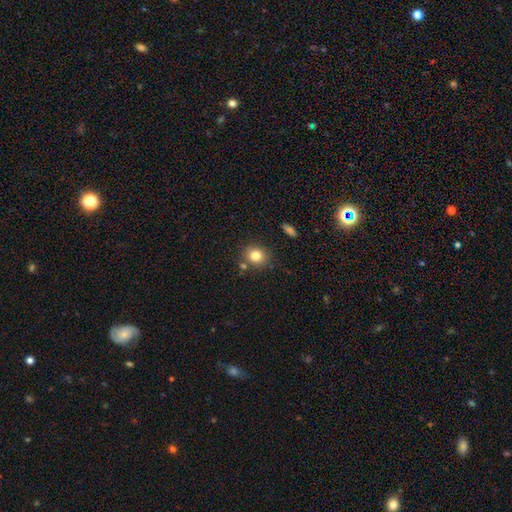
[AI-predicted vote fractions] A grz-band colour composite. It shows a smooth galaxy with no disk features (80%) that is round (72%). Merging: none (78%).